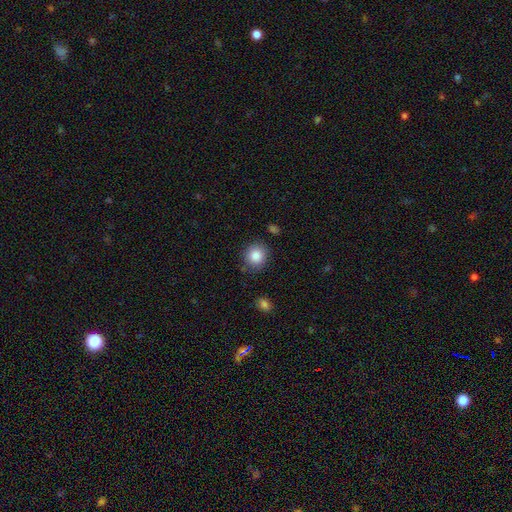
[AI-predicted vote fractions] Q: Smooth or featured?
A: smooth (86%); runner-up: star or artifact (9%)
Q: How rounded?
A: round (86%); runner-up: in between (13%)
Q: Merging?
A: none (82%); runner-up: minor disturbance (11%)